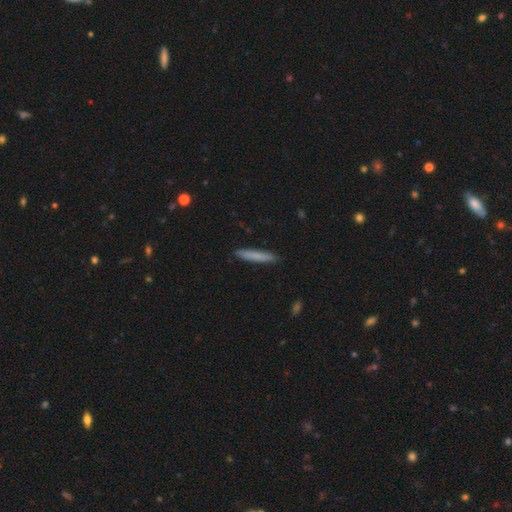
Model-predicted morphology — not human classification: A smooth galaxy with no disk features (78%) that is cigar-shaped (94%).

Vote fractions:
- Smooth or featured? smooth: 78% / featured or disk: 16% / star or artifact: 6%
- How rounded? cigar-shaped: 94% / in between: 4% / round: 1%
- Merging? none: 91% / minor disturbance: 7% / major disturbance: 1% / merger: 1%